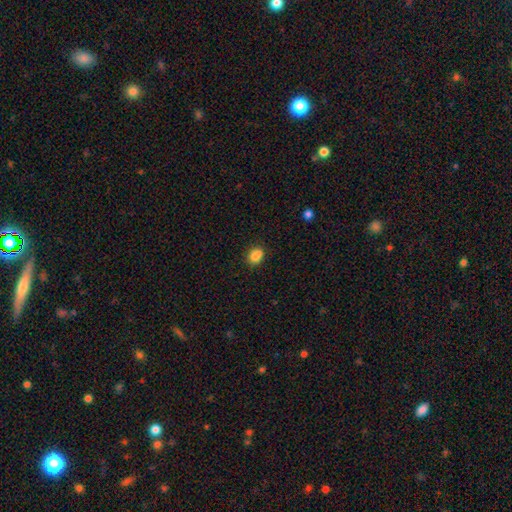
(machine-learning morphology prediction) Smooth or featured? smooth (85%)
How rounded? in between (62%)
Merging? none (78%)